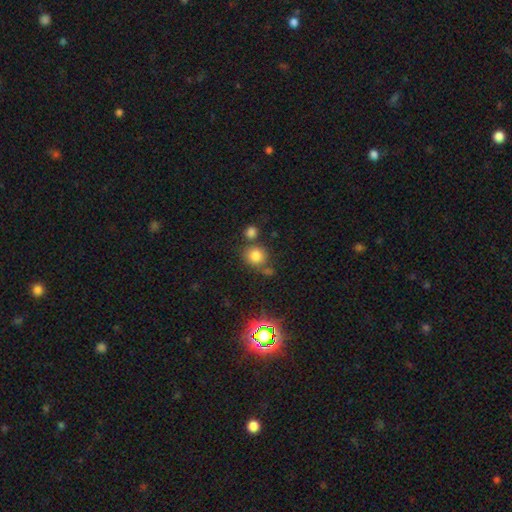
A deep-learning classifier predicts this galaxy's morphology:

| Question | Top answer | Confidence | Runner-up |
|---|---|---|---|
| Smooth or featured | smooth | 79% | star or artifact (13%) |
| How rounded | round | 83% | in between (16%) |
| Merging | none | 62% | merger (19%) |